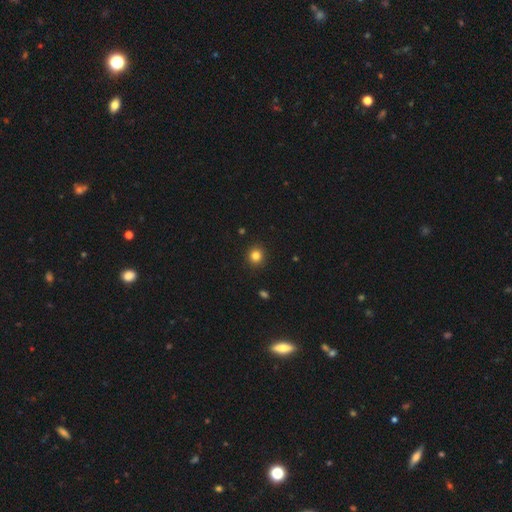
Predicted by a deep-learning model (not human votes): Smooth or featured: smooth — 83% (star or artifact — 12%)
How rounded: round — 90% (in between — 9%)
Merging: none — 92% (minor disturbance — 5%)